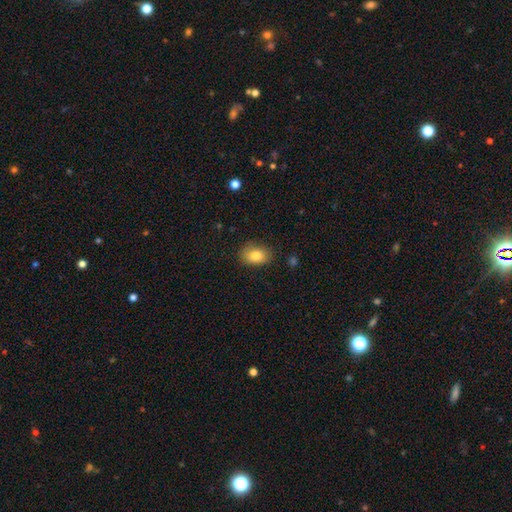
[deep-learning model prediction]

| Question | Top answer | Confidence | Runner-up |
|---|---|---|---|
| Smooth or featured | smooth | 82% | featured or disk (9%) |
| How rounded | in between | 74% | round (25%) |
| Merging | none | 81% | minor disturbance (15%) |